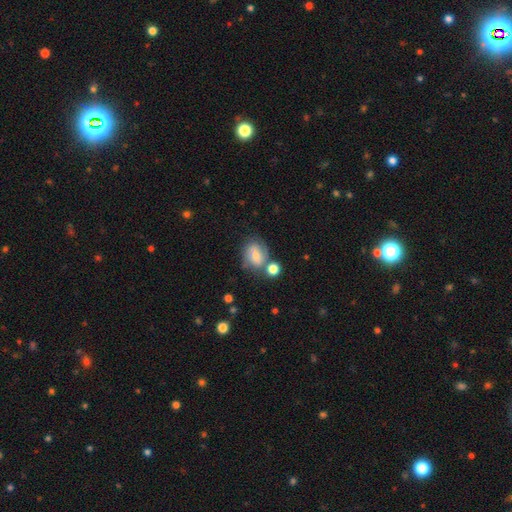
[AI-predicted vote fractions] Overall: smooth (61%; featured or disk 29%). How rounded: in between (60%; round 38%). Merging: none (52%; minor disturbance 20%).